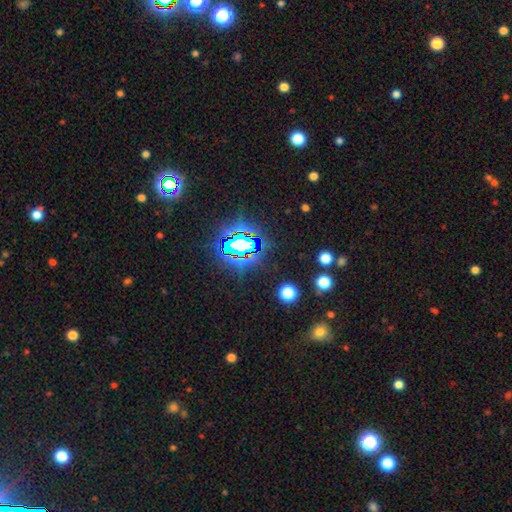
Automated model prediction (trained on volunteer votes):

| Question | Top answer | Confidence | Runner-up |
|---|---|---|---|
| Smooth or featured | star or artifact | 78% | smooth (14%) |